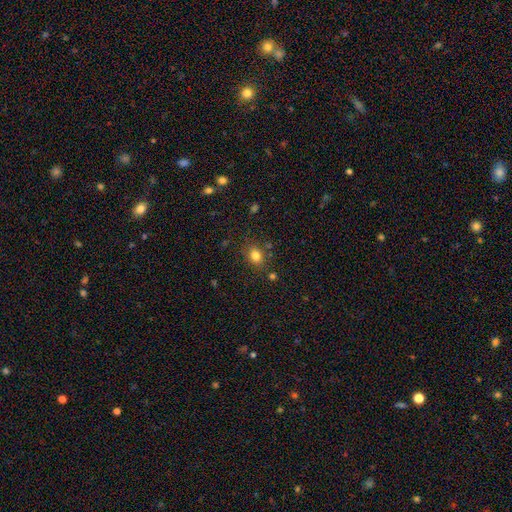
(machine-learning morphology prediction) A smooth galaxy with no disk features (80%) that is in between round and cigar-shaped (55%).

Vote fractions:
- Smooth or featured? smooth: 80% / star or artifact: 13% / featured or disk: 7%
- How rounded? in between: 55% / round: 44% / cigar-shaped: 1%
- Merging? none: 78% / minor disturbance: 13% / merger: 5% / major disturbance: 4%